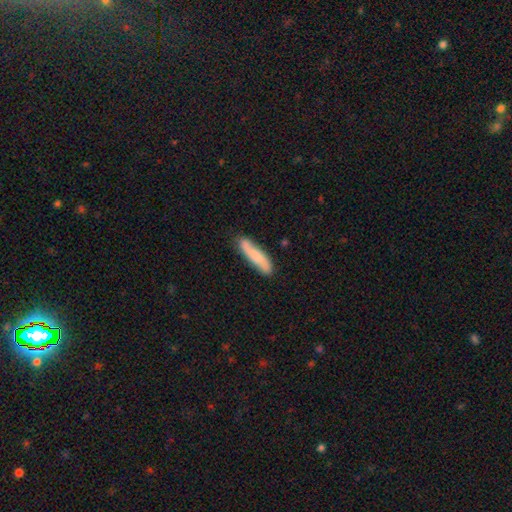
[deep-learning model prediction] A smooth galaxy with no disk features (60%) that is cigar-shaped (82%). Merging: none (81%).